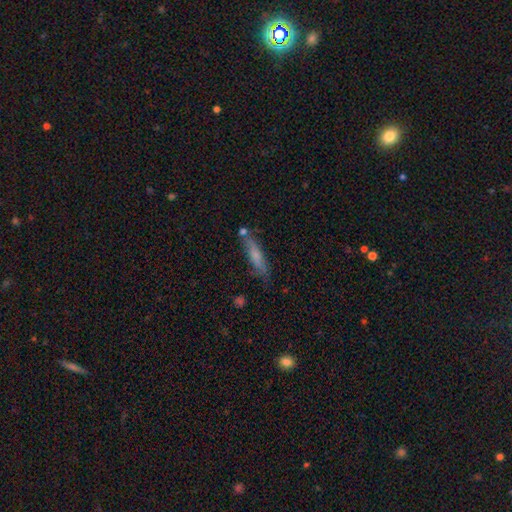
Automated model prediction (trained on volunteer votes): A smooth galaxy with no disk features (64%) that is cigar-shaped (81%). Merging: none (66%).